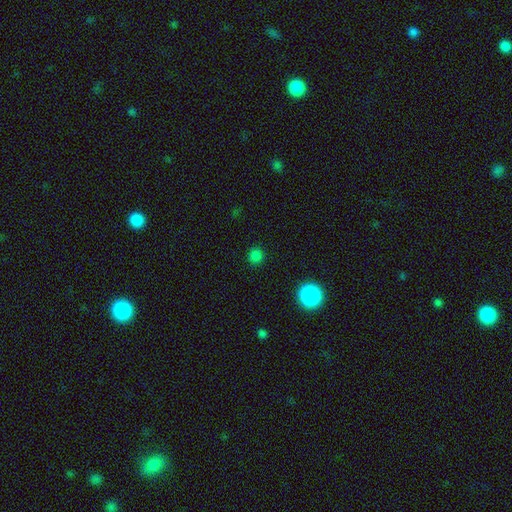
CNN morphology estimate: type=smooth (78%); roundness=round (92%); merging=none (90%).